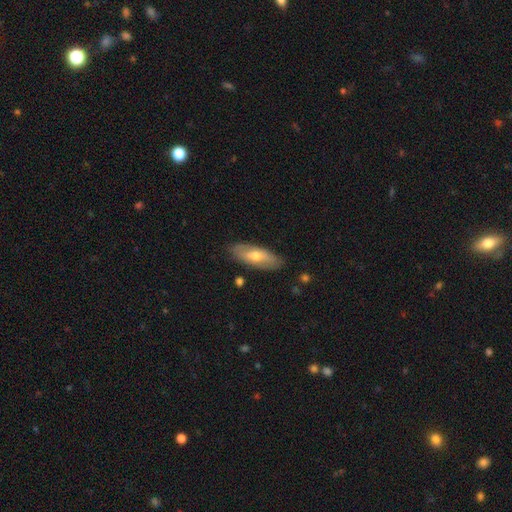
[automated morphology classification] Overall: smooth (52%; featured or disk 43%). How rounded: in between (75%). Merging: none (83%).